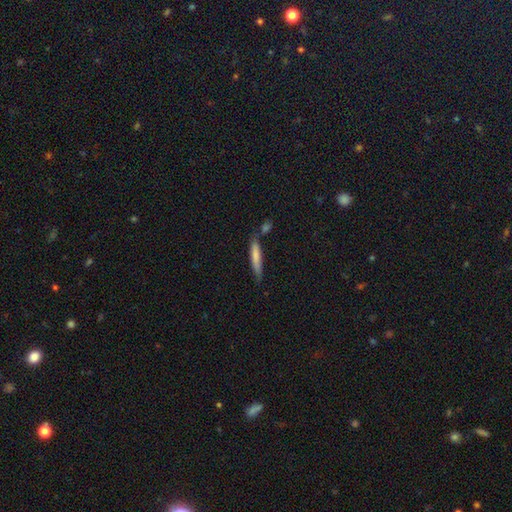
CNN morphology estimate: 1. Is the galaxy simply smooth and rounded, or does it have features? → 73% smooth, 21% featured or disk, 6% star or artifact.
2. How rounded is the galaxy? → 89% cigar-shaped, 10% in between, 1% round.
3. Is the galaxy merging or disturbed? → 63% none, 19% minor disturbance, 14% merger, 5% major disturbance.